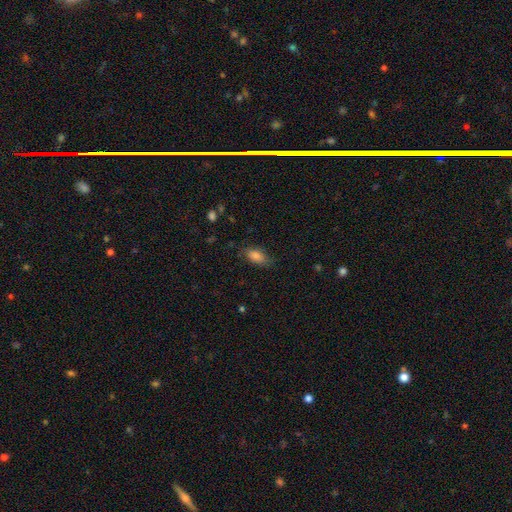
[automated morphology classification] Overall: smooth (83%). How rounded: in between (89%). Merging: none (74%).